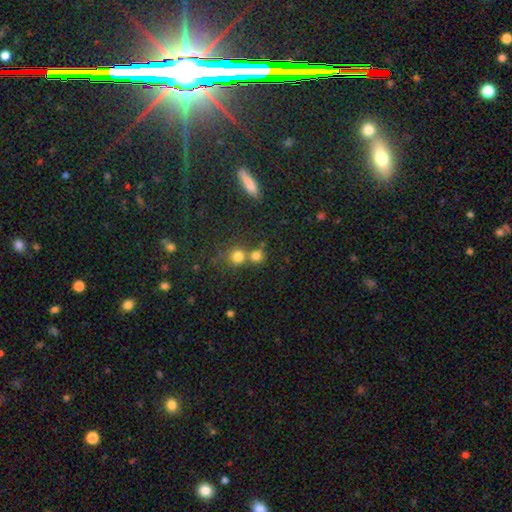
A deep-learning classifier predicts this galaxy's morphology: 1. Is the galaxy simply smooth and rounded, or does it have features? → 75% smooth, 17% star or artifact, 8% featured or disk.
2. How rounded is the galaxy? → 86% round, 13% in between, 1% cigar-shaped.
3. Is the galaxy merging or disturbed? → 52% none, 38% merger, 7% minor disturbance, 3% major disturbance.